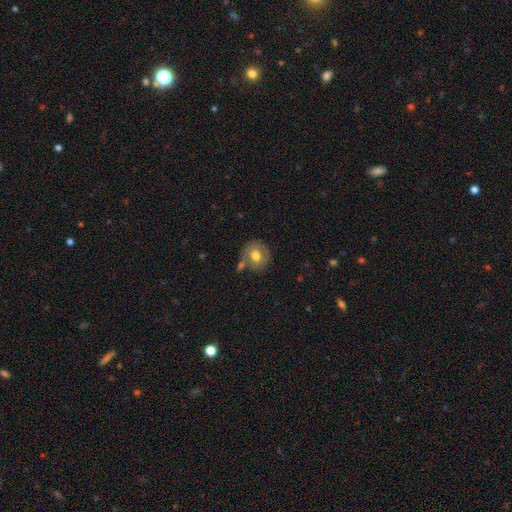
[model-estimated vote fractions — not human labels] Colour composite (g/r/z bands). It shows a smooth galaxy with no disk features (67%) that is round (85%). Merging: none (67%).